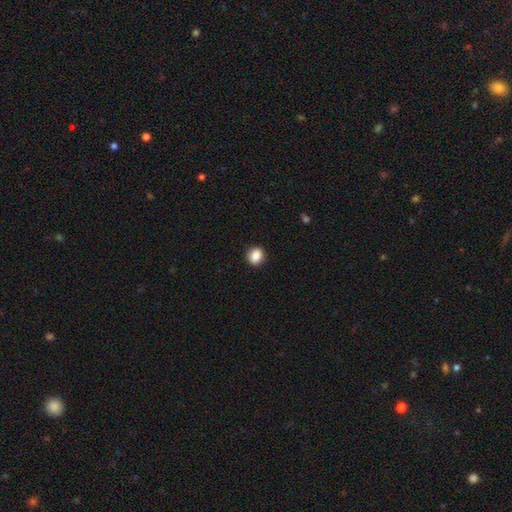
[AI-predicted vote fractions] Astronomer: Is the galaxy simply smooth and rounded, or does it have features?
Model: smooth — 87%.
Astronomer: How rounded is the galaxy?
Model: round — 61% (runner-up: in between, 38%).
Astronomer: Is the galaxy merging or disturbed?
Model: none — 89%.